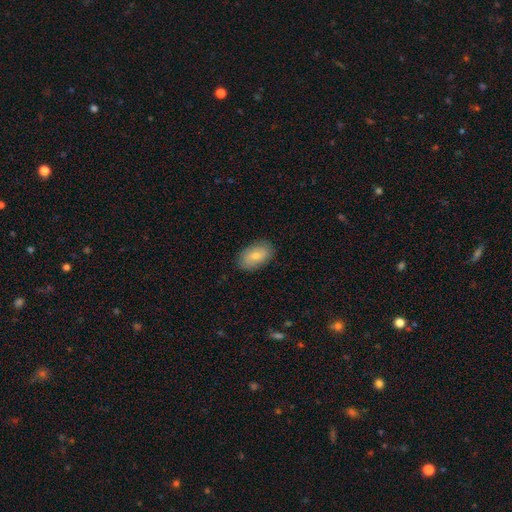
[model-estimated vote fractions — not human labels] Q: Smooth or featured?
A: smooth (67%); runner-up: featured or disk (26%)
Q: How rounded?
A: in between (91%); runner-up: round (7%)
Q: Merging?
A: none (85%); runner-up: minor disturbance (12%)